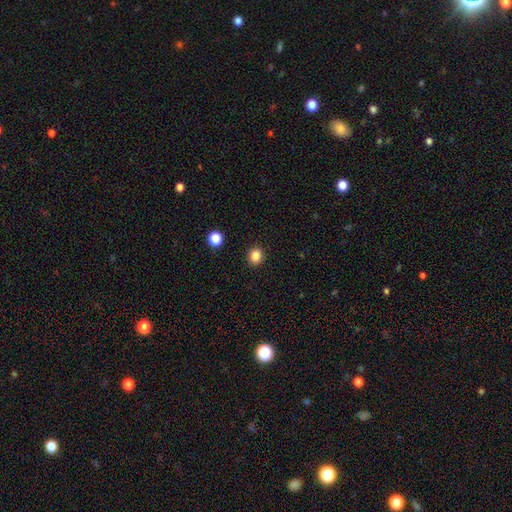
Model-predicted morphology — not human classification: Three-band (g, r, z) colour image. It shows a smooth galaxy with no disk features (85%) that is round (77%). Merging: none (91%).